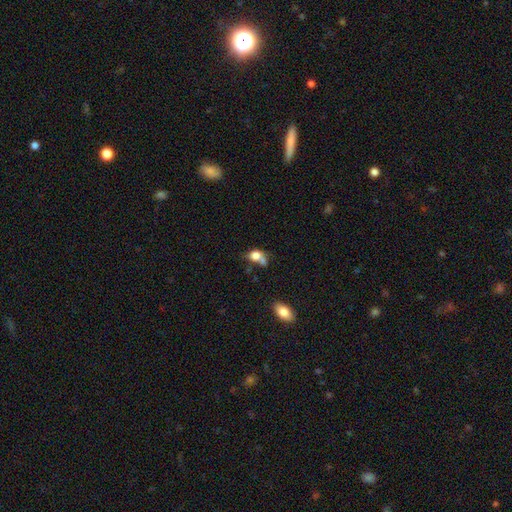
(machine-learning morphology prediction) Smooth or featured?
  - smooth: 74% *
  - featured or disk: 15%
  - star or artifact: 11%
How rounded?
  - in between: 59% *
  - round: 38%
  - cigar-shaped: 3%
Merging?
  - merger: 36% *
  - none: 29%
  - minor disturbance: 18%
  - major disturbance: 16%